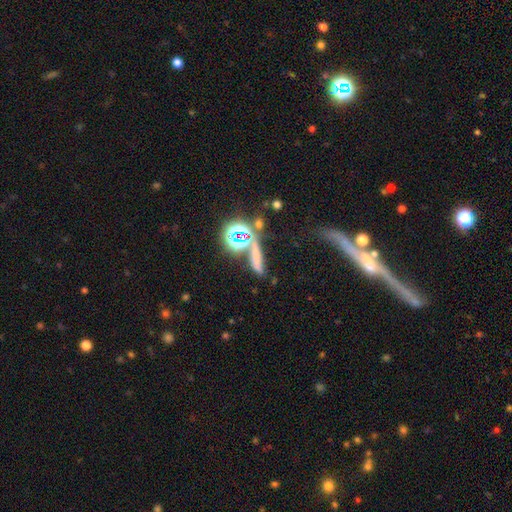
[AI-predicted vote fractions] Smooth or featured? Predicted: smooth (p=0.50). Merging? Predicted: none (p=0.56).